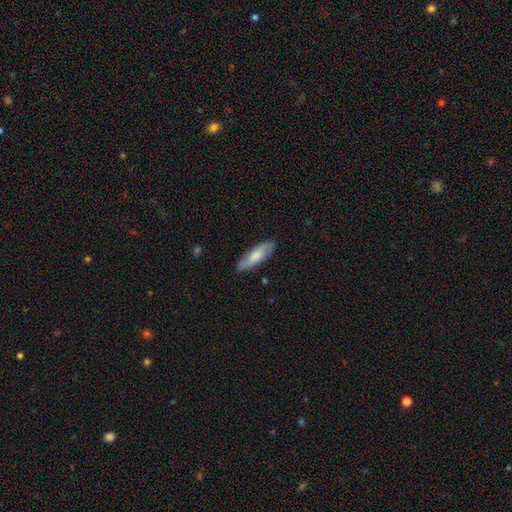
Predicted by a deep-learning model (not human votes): This is likely a smooth galaxy (65%). How rounded: possibly cigar-shaped (50%). Merging: clearly none (85%).